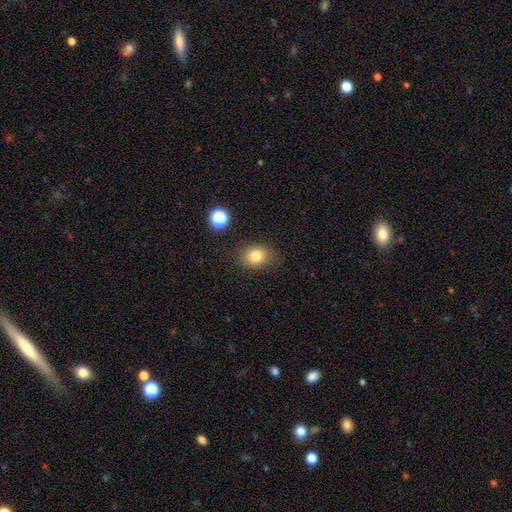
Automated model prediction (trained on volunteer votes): smooth 81%, star or artifact 11%, featured or disk 7%. Down the decision tree: how rounded — in between (51%); merging — none (77%).